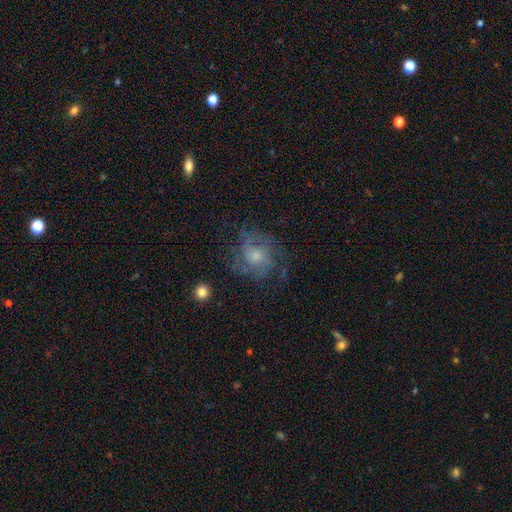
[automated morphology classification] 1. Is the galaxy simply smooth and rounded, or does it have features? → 63% featured or disk, 26% smooth, 10% star or artifact.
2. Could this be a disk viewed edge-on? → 97% no, 3% yes.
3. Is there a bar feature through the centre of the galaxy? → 80% no, 18% weak, 2% strong.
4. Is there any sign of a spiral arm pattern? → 79% yes, 21% no.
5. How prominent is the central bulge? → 47% small, 42% moderate, 5% large, 5% none, 1% dominant.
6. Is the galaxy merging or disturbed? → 60% none, 20% minor disturbance, 18% major disturbance, 2% merger.